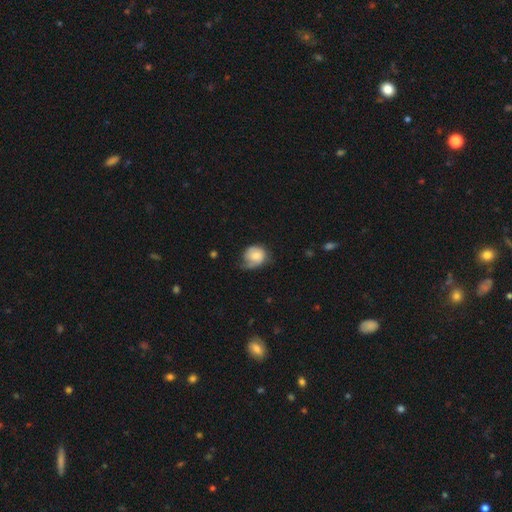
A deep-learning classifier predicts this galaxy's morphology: type=smooth (68%); roundness=round (71%); merging=none (39%, tied with minor disturbance).